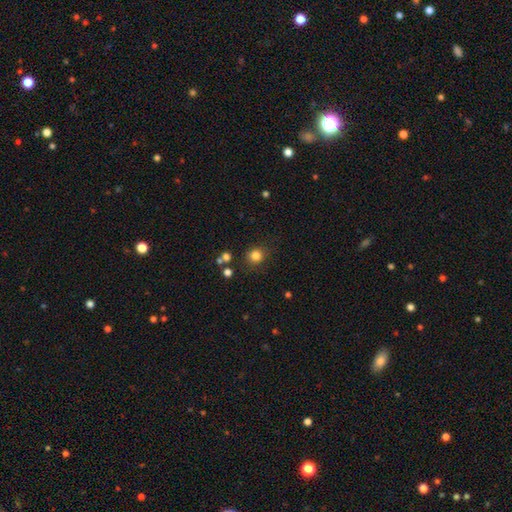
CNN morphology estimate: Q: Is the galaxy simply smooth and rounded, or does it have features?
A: smooth — 82%.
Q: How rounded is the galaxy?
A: round — 87%.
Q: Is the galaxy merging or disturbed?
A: none — 83%.